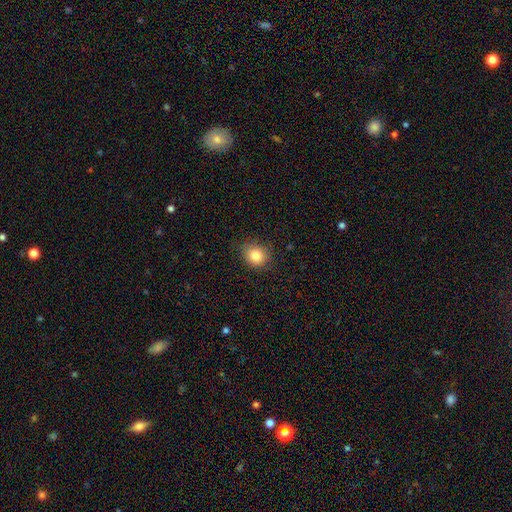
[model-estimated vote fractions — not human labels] The model was most divided on "how rounded": round: 71%, in between: 28%, cigar-shaped: 1%. More confident: smooth or featured — smooth (82%); merging — none (81%).